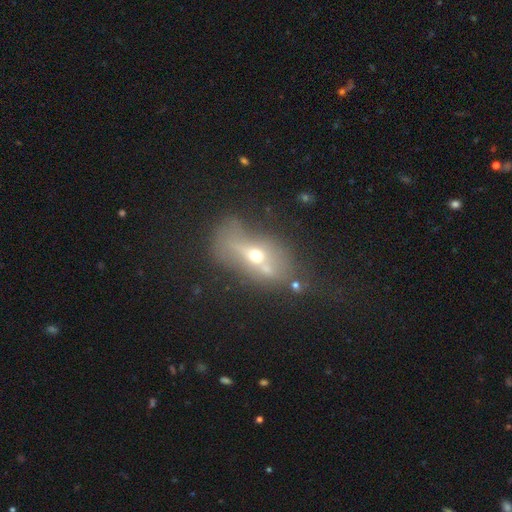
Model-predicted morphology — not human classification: featured or disk 54%, smooth 32%, star or artifact 14%. Down the decision tree: edge-on disk — no (67%); merging — none (39%).